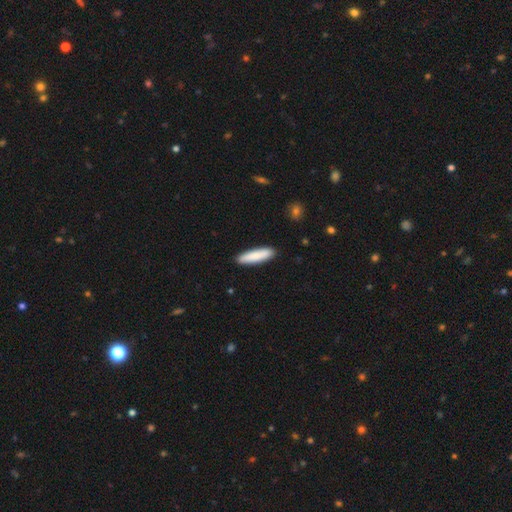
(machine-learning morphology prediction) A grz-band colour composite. It shows a smooth galaxy with no disk features (85%) that is cigar-shaped (77%). Merging: none (90%).